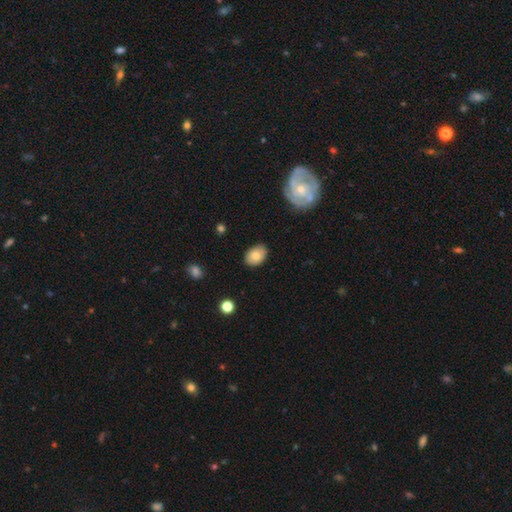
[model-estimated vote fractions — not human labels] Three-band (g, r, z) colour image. It shows a smooth galaxy with no disk features (77%) that is in between round and cigar-shaped (81%). Merging: none (83%).